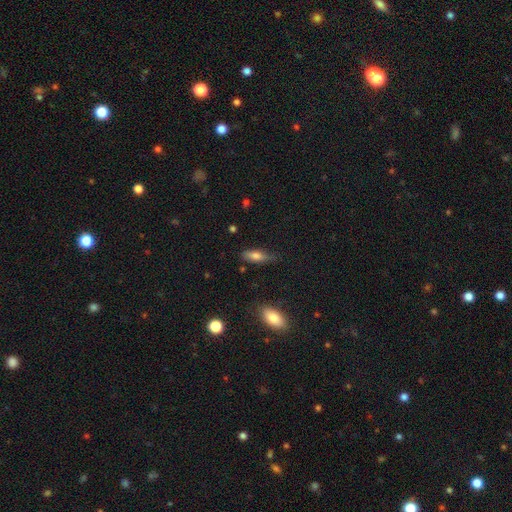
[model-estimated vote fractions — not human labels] A smooth galaxy with no disk features (74%) that is in between round and cigar-shaped (60%).

Vote fractions:
- Smooth or featured? smooth: 74% / featured or disk: 18% / star or artifact: 8%
- How rounded? in between: 60% / cigar-shaped: 38% / round: 3%
- Merging? none: 64% / minor disturbance: 28% / major disturbance: 6% / merger: 2%